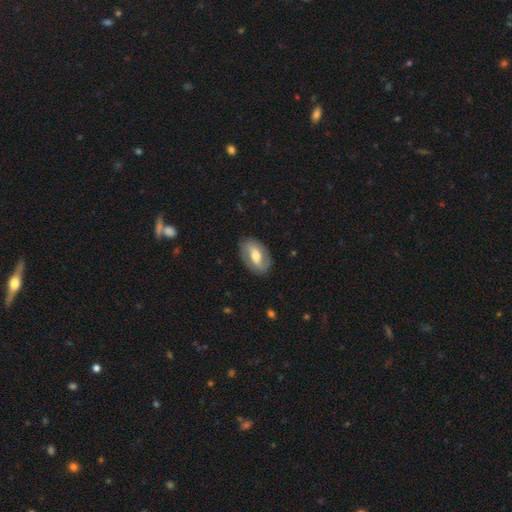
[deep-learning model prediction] Smooth or featured? featured or disk (65%)
Edge-on disk? no (94%)
Bar? weak (39%)
Spiral arms? yes (75%)
Bulge size? moderate (69%)
Merging? none (83%)